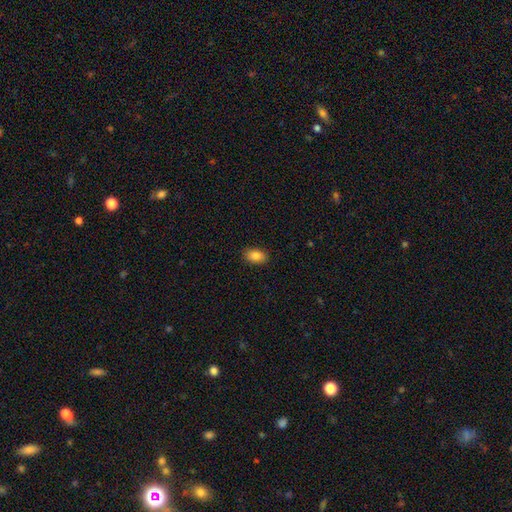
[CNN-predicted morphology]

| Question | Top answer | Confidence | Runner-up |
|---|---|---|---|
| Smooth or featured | smooth | 84% | star or artifact (8%) |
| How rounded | in between | 90% | round (9%) |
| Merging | none | 89% | minor disturbance (9%) |